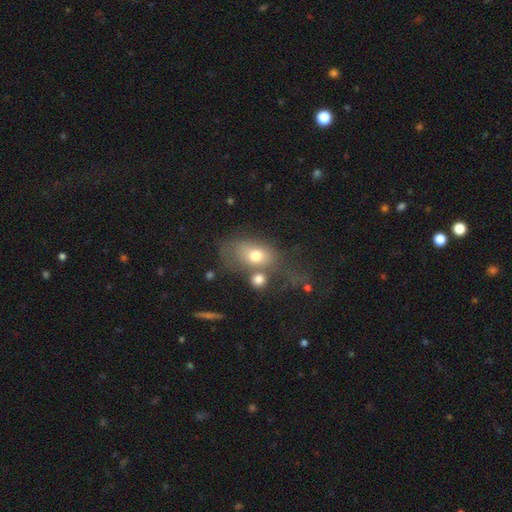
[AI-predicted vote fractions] smooth_or_featured: smooth (p=0.68) [alt: featured or disk p=0.21]
how_rounded: in between (p=0.75) [alt: round p=0.22]
merging: merger (p=0.30) [alt: none p=0.28]